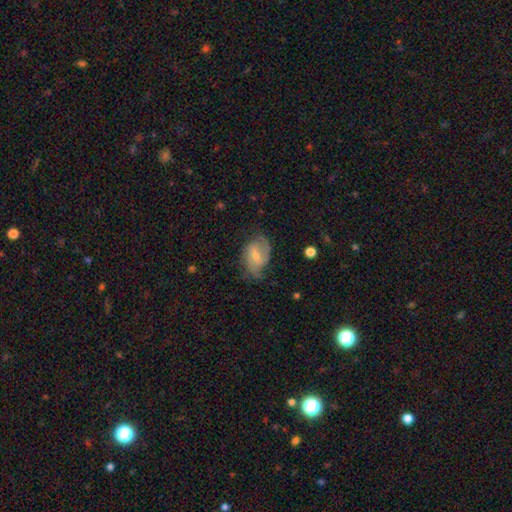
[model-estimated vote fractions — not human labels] smooth_or_featured: featured or disk (p=0.71) [alt: smooth p=0.22]
disk_edge_on: no (p=0.96) [alt: yes p=0.04]
bar: weak (p=0.48) [alt: no p=0.36]
has_spiral_arms: yes (p=0.90) [alt: no p=0.10]
spiral_winding: medium (p=0.45) [alt: tight p=0.32]
spiral_arm_count: 2 (p=0.63) [alt: can't tell p=0.18]
bulge_size: small (p=0.52) [alt: moderate p=0.43]
merging: none (p=0.61) [alt: minor disturbance p=0.26]